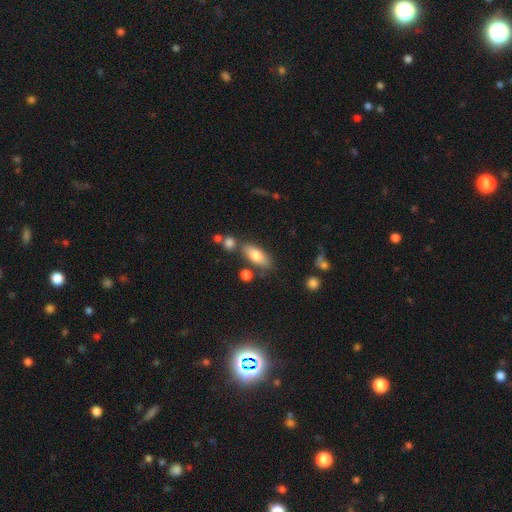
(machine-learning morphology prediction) Smooth or featured: smooth — 75% (featured or disk — 17%)
How rounded: in between — 79% (cigar-shaped — 18%)
Merging: none — 72% (minor disturbance — 14%)